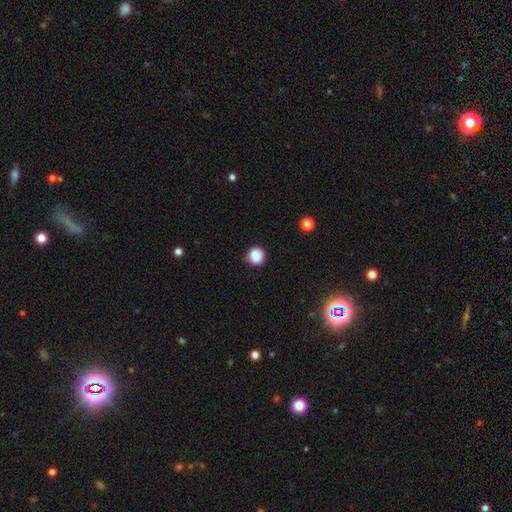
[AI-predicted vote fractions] The model was most divided on "merging": none: 80%, minor disturbance: 14%, major disturbance: 3%, merger: 3%. More confident: how rounded — round (89%); smooth or featured — smooth (86%).